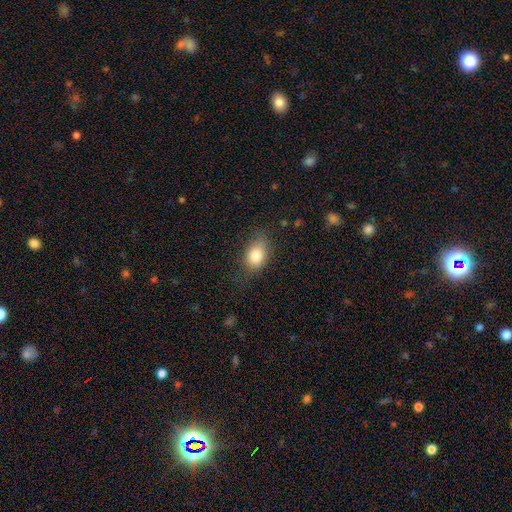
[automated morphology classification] type=smooth (81%); roundness=in between (78%); merging=none (65%).